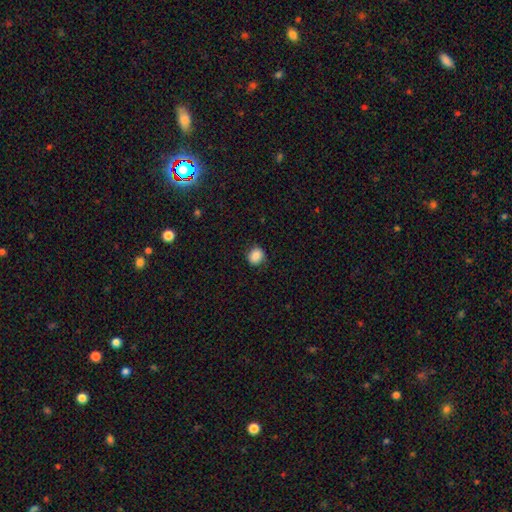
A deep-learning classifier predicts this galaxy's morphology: This appears to be a smooth galaxy with no disk features (86%) that is round (79%). Merging: none (85%).